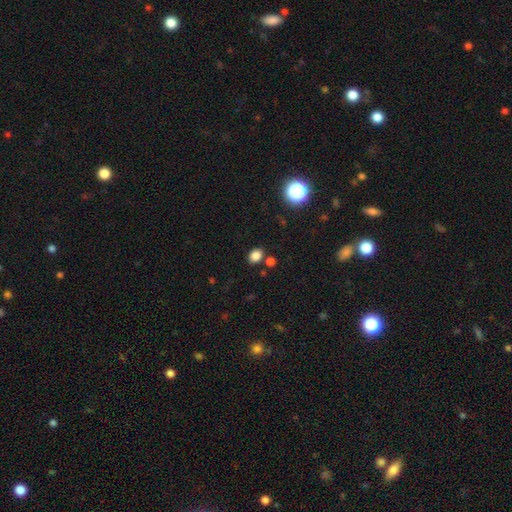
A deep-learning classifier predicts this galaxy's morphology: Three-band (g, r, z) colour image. It shows a smooth galaxy with no disk features (82%) that is in between round and cigar-shaped (60%). Merging: none (78%).